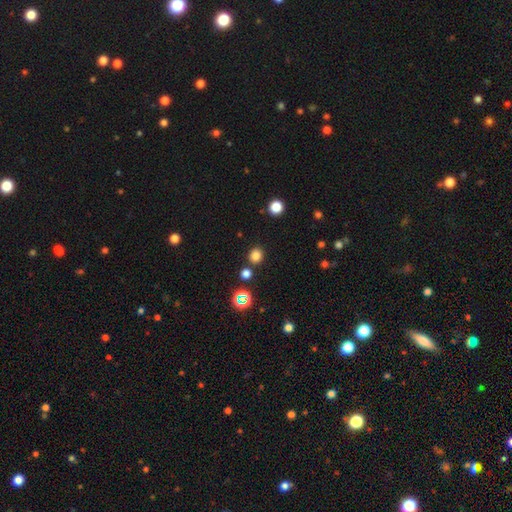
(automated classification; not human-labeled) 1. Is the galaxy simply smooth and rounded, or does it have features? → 78% smooth, 17% star or artifact, 5% featured or disk.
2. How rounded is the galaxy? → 82% round, 17% in between, 1% cigar-shaped.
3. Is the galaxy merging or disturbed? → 84% none, 7% minor disturbance, 6% merger, 3% major disturbance.